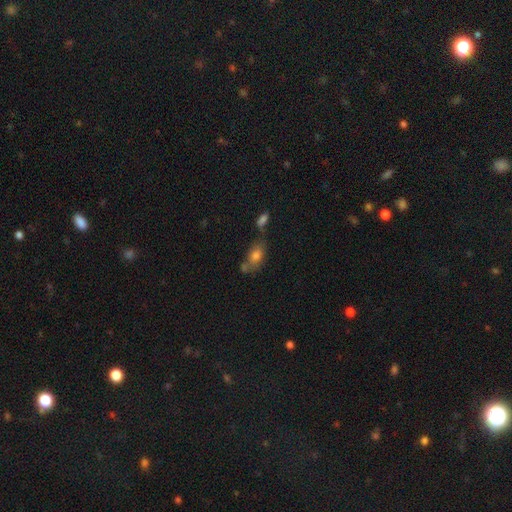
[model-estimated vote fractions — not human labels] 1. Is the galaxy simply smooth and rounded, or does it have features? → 69% smooth, 20% featured or disk, 11% star or artifact.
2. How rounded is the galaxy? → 84% in between, 12% round, 5% cigar-shaped.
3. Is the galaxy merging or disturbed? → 47% none, 27% merger, 19% minor disturbance, 8% major disturbance.